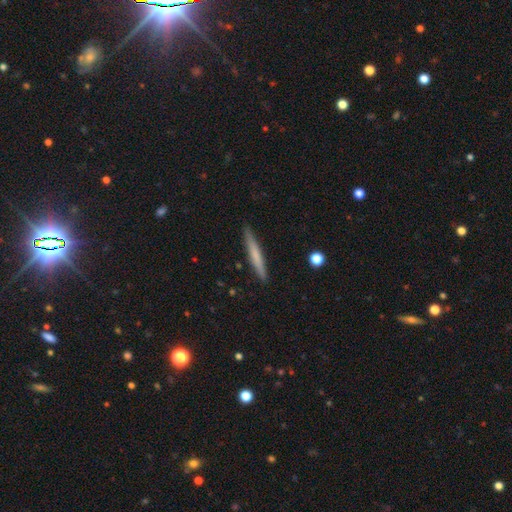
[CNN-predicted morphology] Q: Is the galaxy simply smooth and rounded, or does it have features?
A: smooth — 60%.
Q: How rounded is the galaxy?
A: cigar-shaped — 96%.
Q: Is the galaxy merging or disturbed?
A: none — 90%.